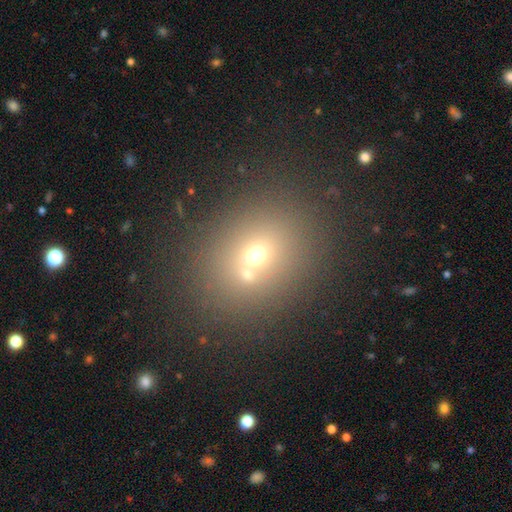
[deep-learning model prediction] Smooth or featured: smooth — 59% (star or artifact — 23%)
How rounded: round — 63% (in between — 36%)
Merging: none — 54% (merger — 34%)